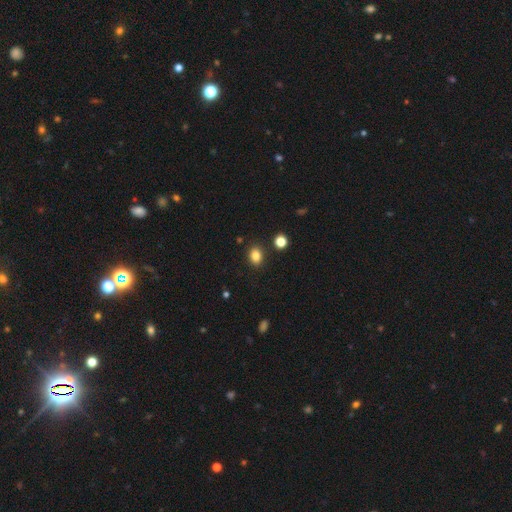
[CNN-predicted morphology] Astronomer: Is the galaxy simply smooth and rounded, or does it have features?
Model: smooth — 84%.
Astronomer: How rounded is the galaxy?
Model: in between — 62%.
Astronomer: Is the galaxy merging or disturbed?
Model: none — 86%.